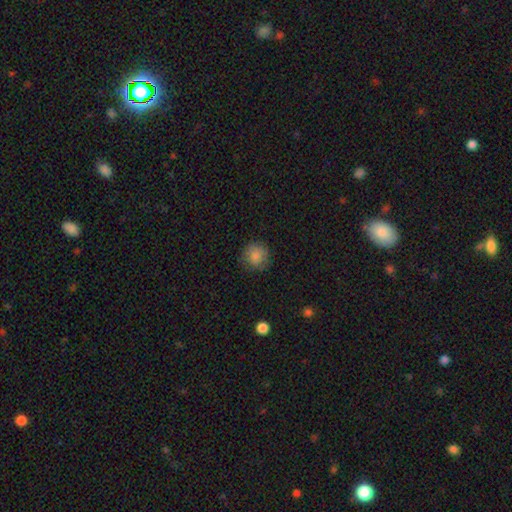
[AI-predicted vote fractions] Smooth or featured? smooth (83%)
How rounded? round (91%)
Merging? none (80%)